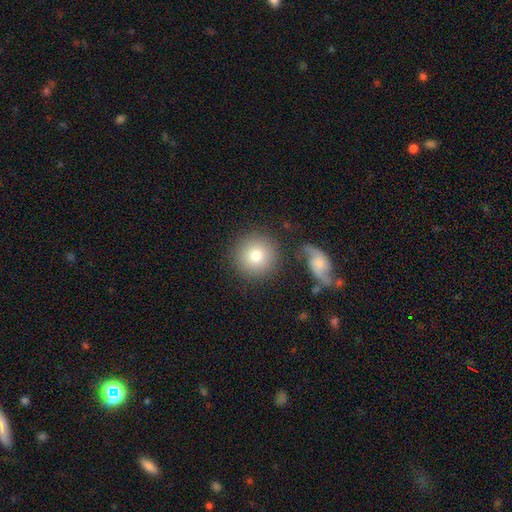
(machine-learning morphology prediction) A smooth galaxy with no disk features (78%) that is round (94%).

Vote fractions:
- Smooth or featured? smooth: 78% / featured or disk: 13% / star or artifact: 8%
- How rounded? round: 94% / in between: 5% / cigar-shaped: 1%
- Merging? none: 82% / minor disturbance: 8% / merger: 6% / major disturbance: 3%